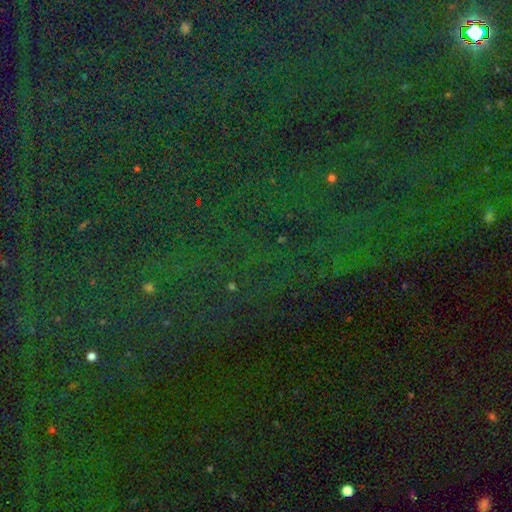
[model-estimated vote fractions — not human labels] Smooth or featured: star or artifact — 82% (smooth — 9%)